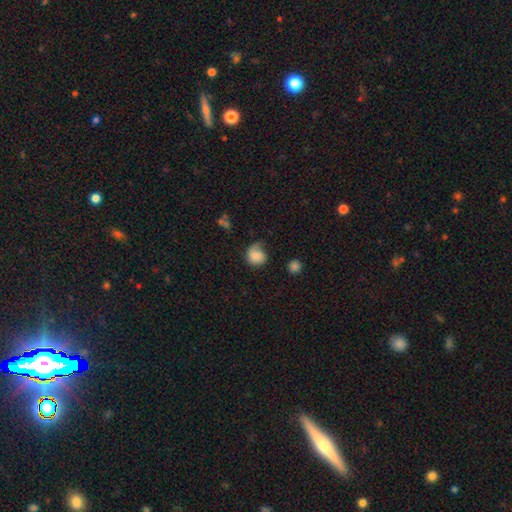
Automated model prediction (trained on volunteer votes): A smooth galaxy with no disk features (69%) that is round (74%). Merging: none (43%).